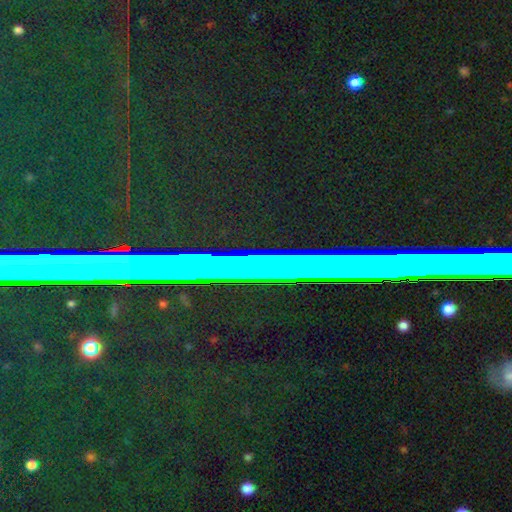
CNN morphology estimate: type=star or artifact (78%).